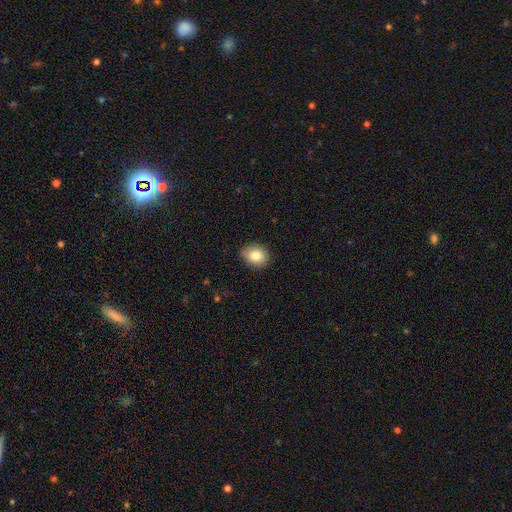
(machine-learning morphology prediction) Overall: smooth (82%). How rounded: round (58%; in between 41%). Merging: none (83%).